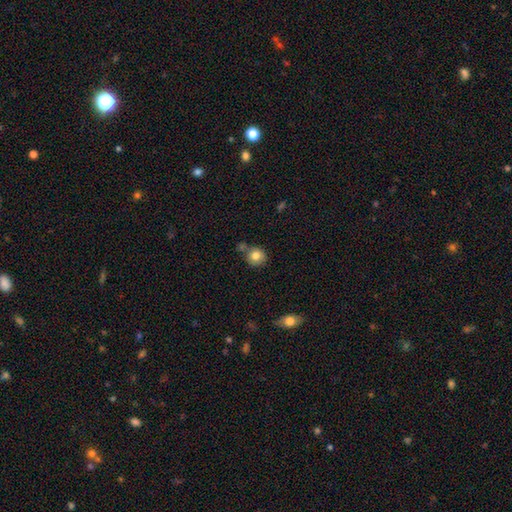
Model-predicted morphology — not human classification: This is clearly a smooth galaxy (81%). How rounded: clearly round (86%). Merging: likely none (65%).